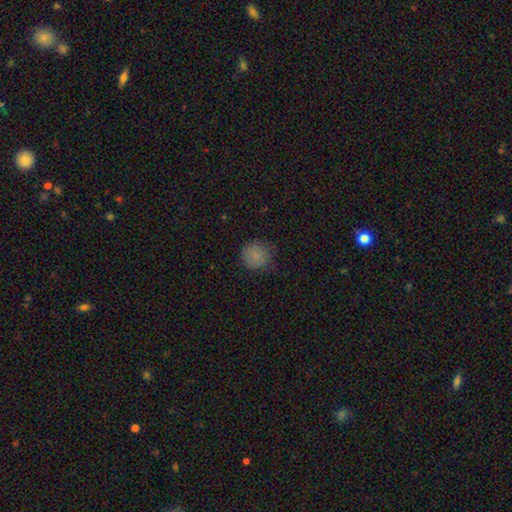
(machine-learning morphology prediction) This appears to be a smooth galaxy with no disk features (82%) that is round (91%). Merging: none (73%).